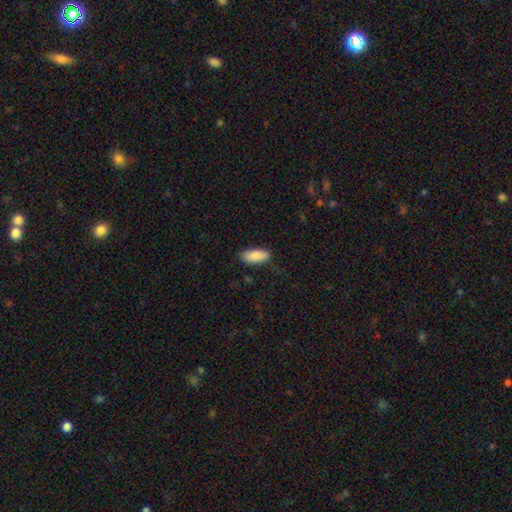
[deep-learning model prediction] Smooth or featured? Predicted: smooth (p=0.88). How rounded? Predicted: in between (p=0.85). Merging? Predicted: none (p=0.82).